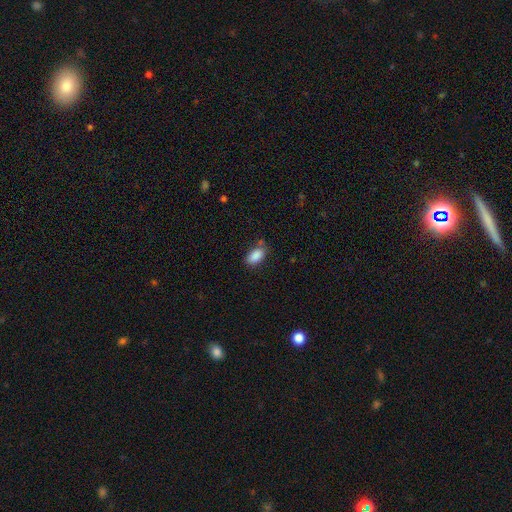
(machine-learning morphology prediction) Q: Smooth or featured?
A: smooth (88%); runner-up: star or artifact (8%)
Q: How rounded?
A: in between (92%); runner-up: round (4%)
Q: Merging?
A: none (74%); runner-up: minor disturbance (17%)